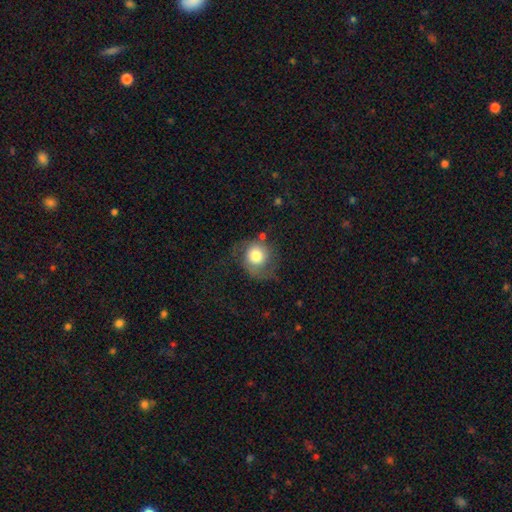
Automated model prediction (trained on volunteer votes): Morphology: type=smooth (60%); roundness=round (81%); merging=none (48%).